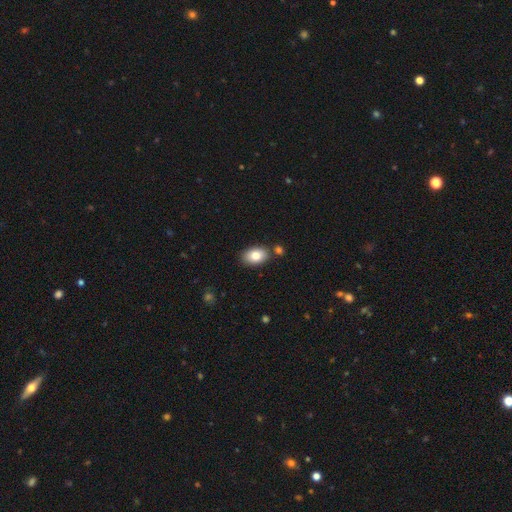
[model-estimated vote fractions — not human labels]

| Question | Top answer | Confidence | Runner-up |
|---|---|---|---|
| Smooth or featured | smooth | 82% | featured or disk (10%) |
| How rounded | in between | 88% | round (11%) |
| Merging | none | 79% | minor disturbance (11%) |